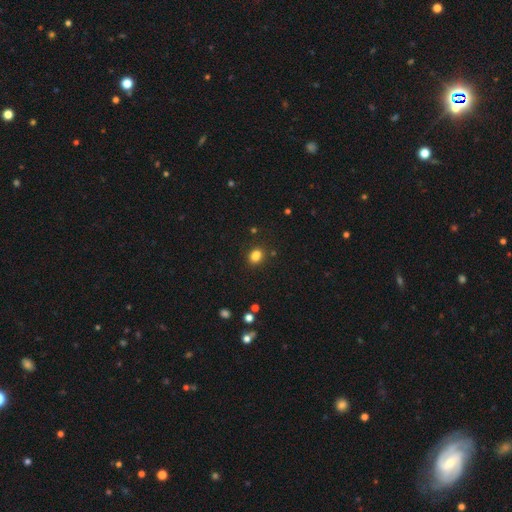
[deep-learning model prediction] Smooth or featured?
  - smooth: 81% *
  - star or artifact: 13%
  - featured or disk: 5%
How rounded?
  - in between: 52% *
  - round: 47%
  - cigar-shaped: 1%
Merging?
  - none: 76% *
  - minor disturbance: 12%
  - merger: 9%
  - major disturbance: 4%